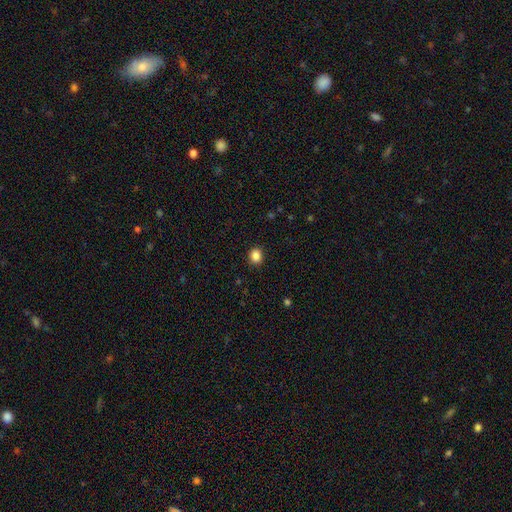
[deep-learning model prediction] This is clearly a smooth galaxy (86%). How rounded: likely round (71%). Merging: clearly none (90%).